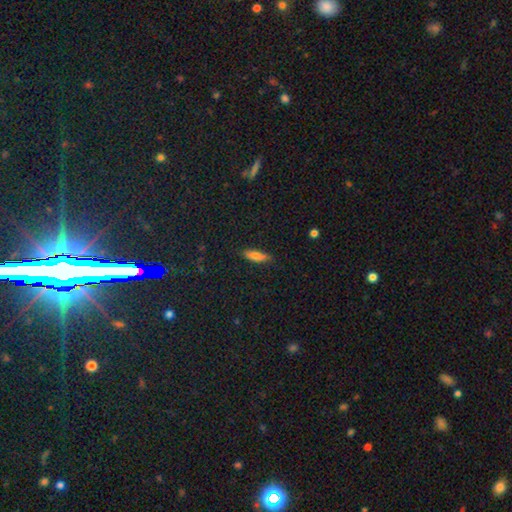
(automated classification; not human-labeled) Overall: smooth (71%). How rounded: in between (55%; cigar-shaped 42%). Merging: none (81%).